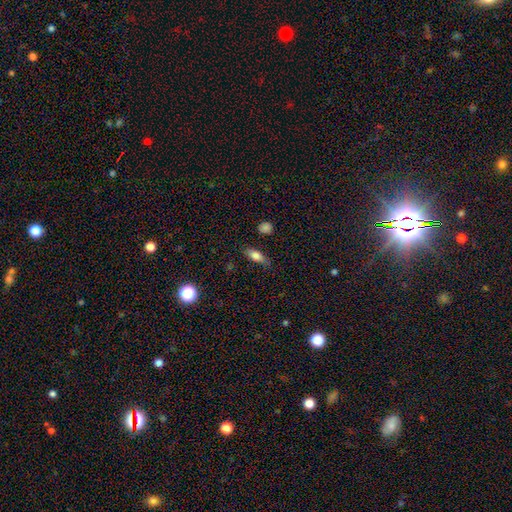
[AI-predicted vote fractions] This is likely a smooth galaxy (77%). How rounded: likely in between (74%). Merging: likely none (76%).